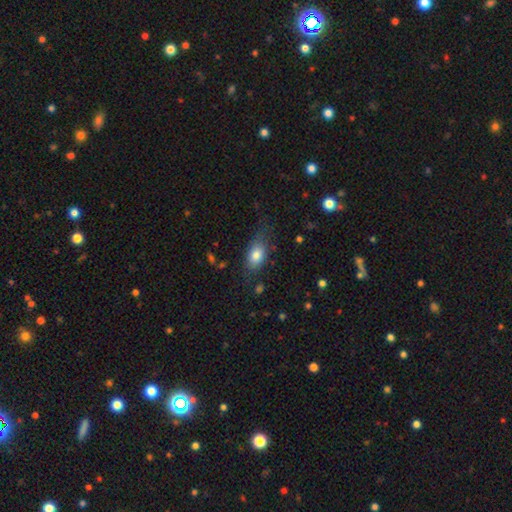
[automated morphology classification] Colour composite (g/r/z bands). It shows a smooth galaxy with no disk features (79%) that is in between round and cigar-shaped (85%). Merging: none (61%).